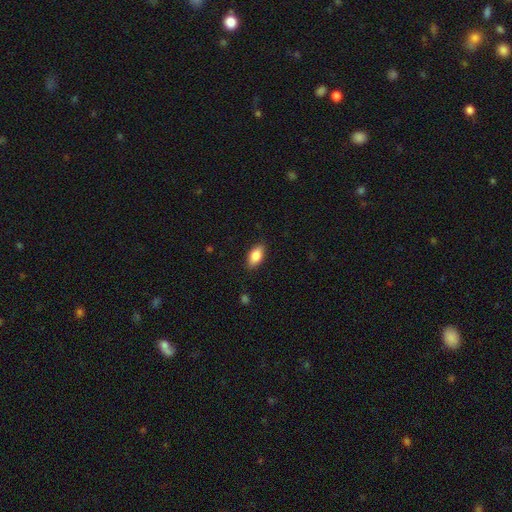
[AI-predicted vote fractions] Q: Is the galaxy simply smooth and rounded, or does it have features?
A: smooth — 85%.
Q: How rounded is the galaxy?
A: in between — 90%.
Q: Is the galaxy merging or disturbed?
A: none — 86%.